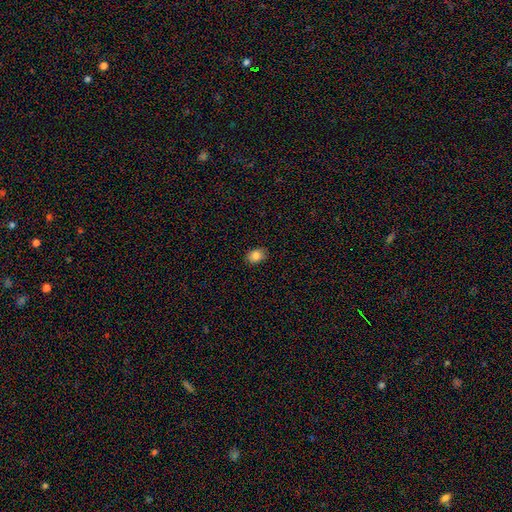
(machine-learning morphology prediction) smooth 85%, star or artifact 9%, featured or disk 6%. Down the decision tree: how rounded — in between (76%); merging — none (89%).